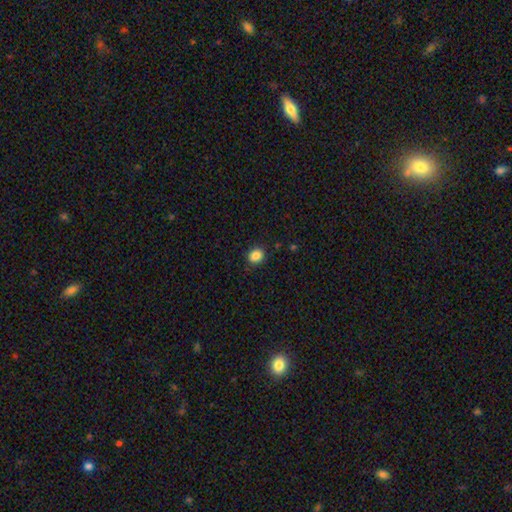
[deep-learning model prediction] This appears to be a smooth galaxy with no disk features (86%) that is round (71%). Merging: none (90%).